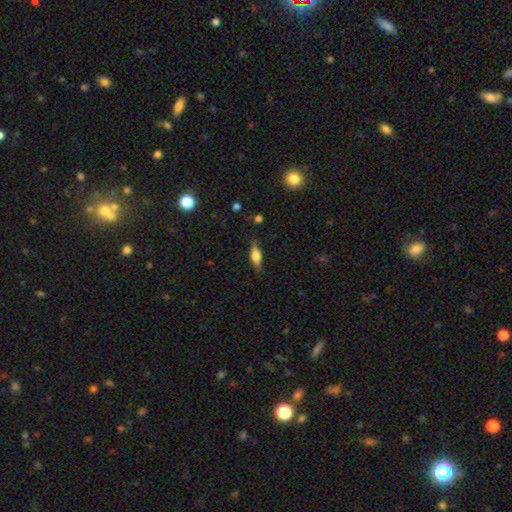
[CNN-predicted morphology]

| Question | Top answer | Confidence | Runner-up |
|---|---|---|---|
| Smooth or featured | smooth | 61% | featured or disk (31%) |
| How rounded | in between | 62% | cigar-shaped (35%) |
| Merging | none | 82% | minor disturbance (14%) |